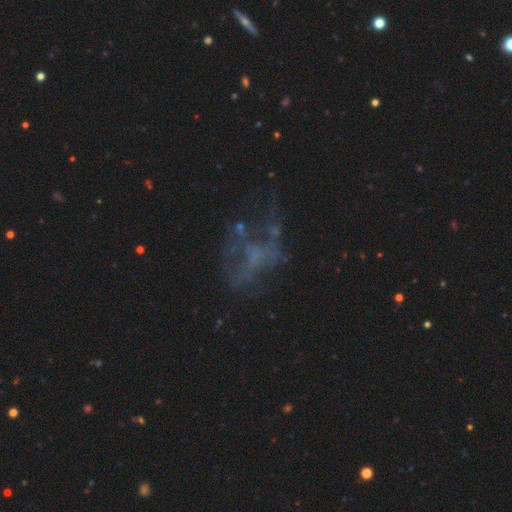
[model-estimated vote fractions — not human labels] Morphology: type=featured or disk (50%); merging=none (42%).